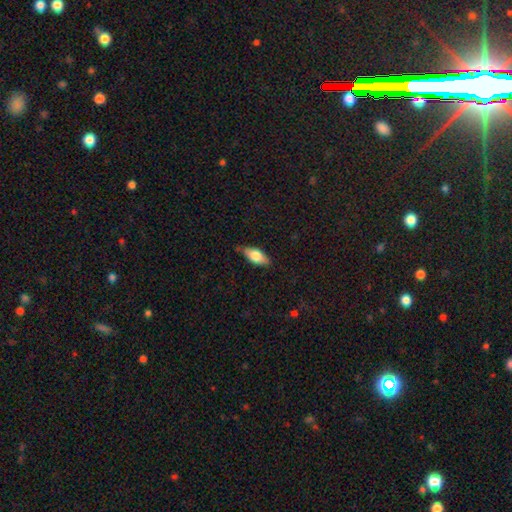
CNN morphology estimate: This is likely a smooth galaxy (69%). How rounded: clearly in between (82%). Merging: clearly none (80%).